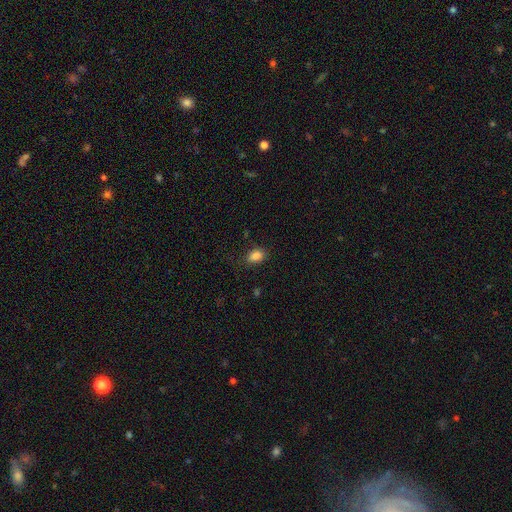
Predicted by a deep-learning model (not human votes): The model was most divided on "merging": none: 81%, minor disturbance: 14%, major disturbance: 4%, merger: 1%. More confident: smooth or featured — smooth (87%); how rounded — in between (85%).